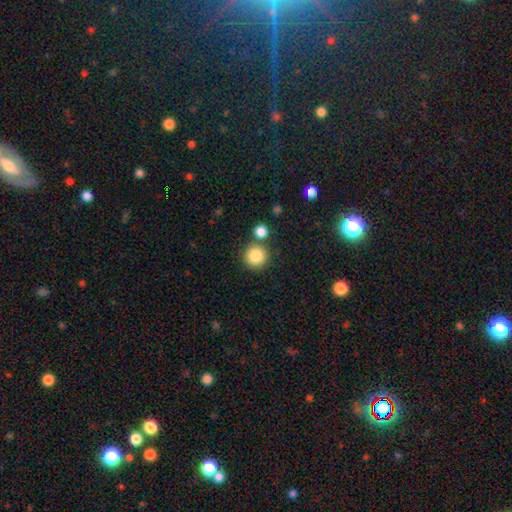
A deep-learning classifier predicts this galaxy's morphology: The model was most divided on "merging": none: 76%, merger: 13%, minor disturbance: 8%, major disturbance: 3%. More confident: how rounded — round (94%); smooth or featured — smooth (87%).